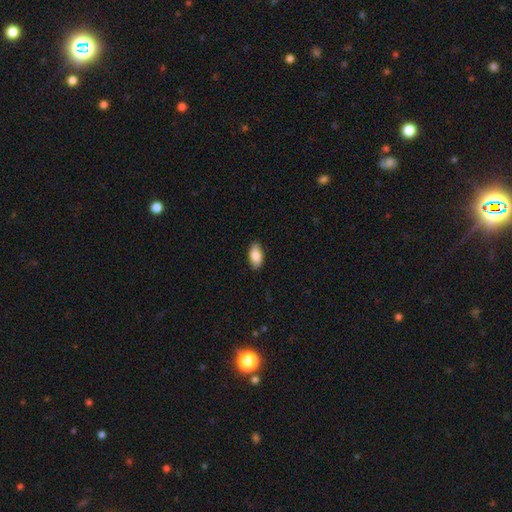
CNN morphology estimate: smooth 86%, featured or disk 7%, star or artifact 6%. Down the decision tree: how rounded — in between (93%); merging — none (88%).